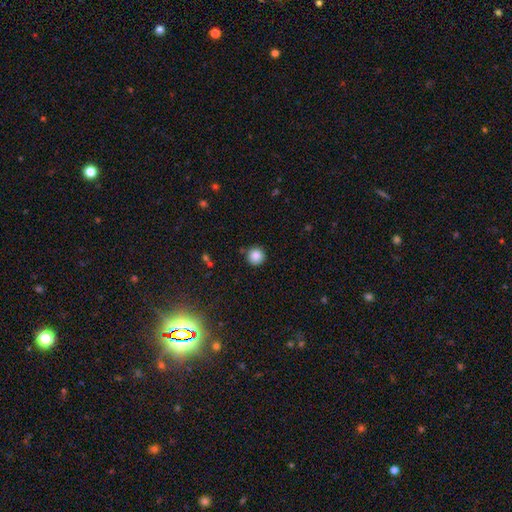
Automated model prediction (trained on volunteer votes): This is clearly a smooth galaxy (86%). How rounded: clearly round (95%). Merging: clearly none (88%).